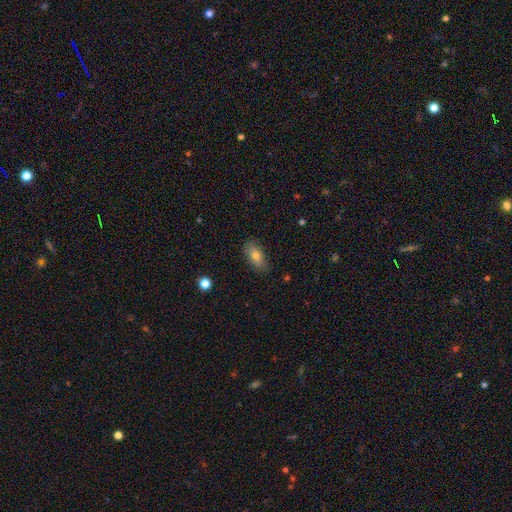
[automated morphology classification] type=smooth (75%); roundness=in between (87%); merging=none (83%).